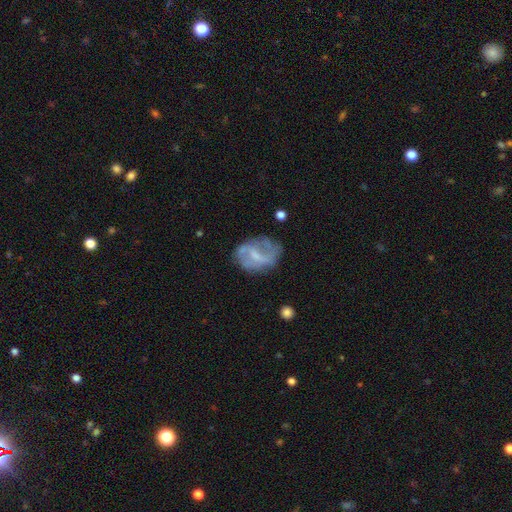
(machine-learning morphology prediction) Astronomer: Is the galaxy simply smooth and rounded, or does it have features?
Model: featured or disk — 63%.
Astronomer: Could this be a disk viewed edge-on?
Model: no — 97%.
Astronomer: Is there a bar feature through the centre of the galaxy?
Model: weak — 52% (runner-up: no, 28%).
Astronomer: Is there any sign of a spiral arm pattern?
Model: yes — 60% (runner-up: no, 40%).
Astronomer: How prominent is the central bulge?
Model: small — 40% (runner-up: moderate, 29%).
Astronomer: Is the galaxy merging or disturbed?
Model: none — 52%.